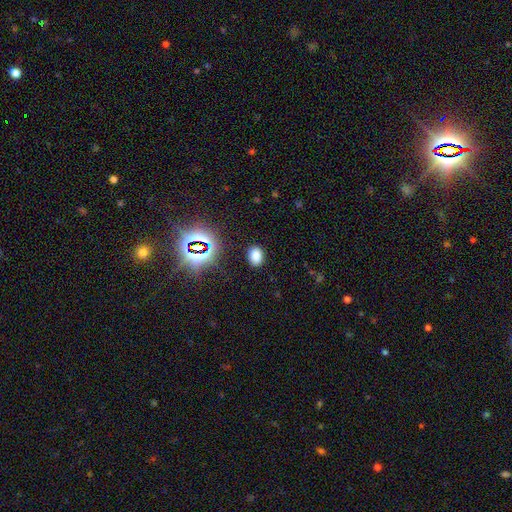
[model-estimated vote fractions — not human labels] Morphology: type=smooth (75%); roundness=in between (76%); merging=none (86%).